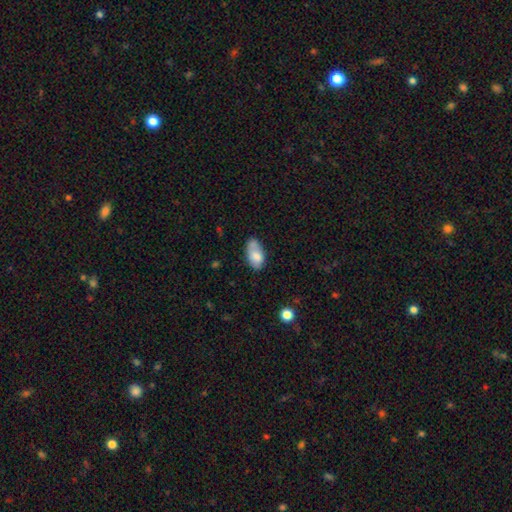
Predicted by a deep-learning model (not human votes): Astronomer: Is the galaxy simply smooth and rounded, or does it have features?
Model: smooth — 76%.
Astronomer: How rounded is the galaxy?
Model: in between — 93%.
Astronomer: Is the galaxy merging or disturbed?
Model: none — 52% (runner-up: minor disturbance, 30%).